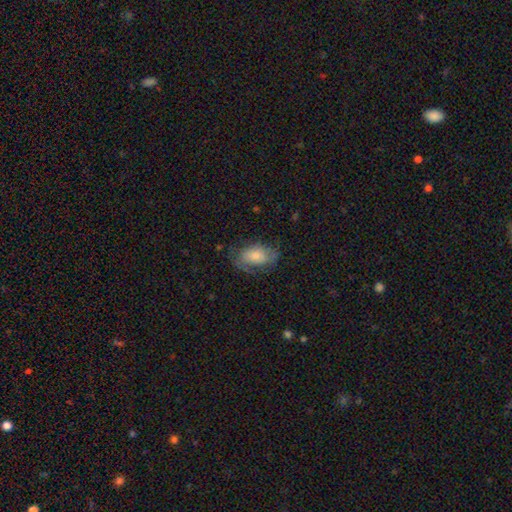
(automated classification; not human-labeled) This is likely a smooth galaxy (66%). How rounded: clearly in between (91%). Merging: possibly none (57%).